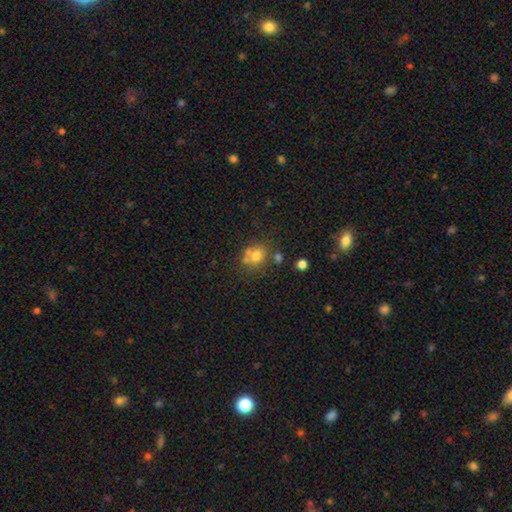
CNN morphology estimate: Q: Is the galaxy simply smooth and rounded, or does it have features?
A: smooth — 68%.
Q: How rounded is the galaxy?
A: round — 59%.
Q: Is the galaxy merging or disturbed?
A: none — 51%.